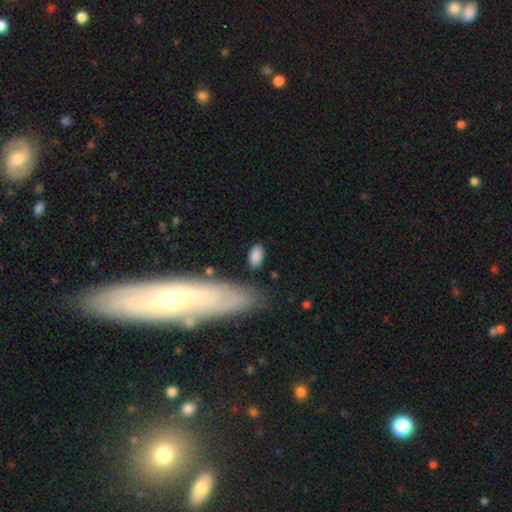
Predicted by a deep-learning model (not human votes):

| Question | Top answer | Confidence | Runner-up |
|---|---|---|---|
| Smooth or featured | smooth | 86% | featured or disk (7%) |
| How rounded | in between | 92% | cigar-shaped (4%) |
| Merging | none | 79% | minor disturbance (13%) |